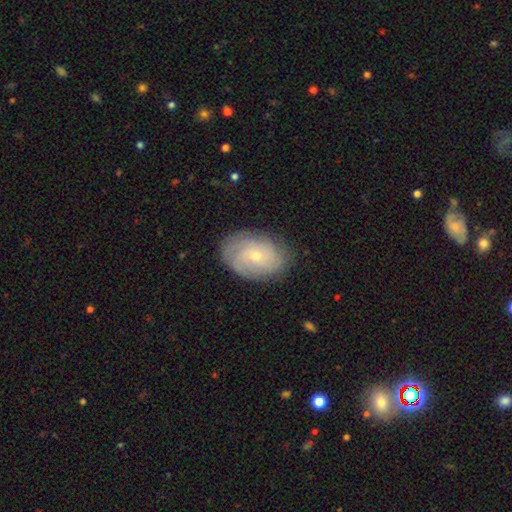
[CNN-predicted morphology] Smooth or featured? Predicted: featured or disk (p=0.56). Edge-on disk? Predicted: no (p=0.96). Bar? Predicted: no (p=0.77). Spiral arms? Predicted: yes (p=0.82). Bulge size? Predicted: small (p=0.72). Merging? Predicted: none (p=0.78).